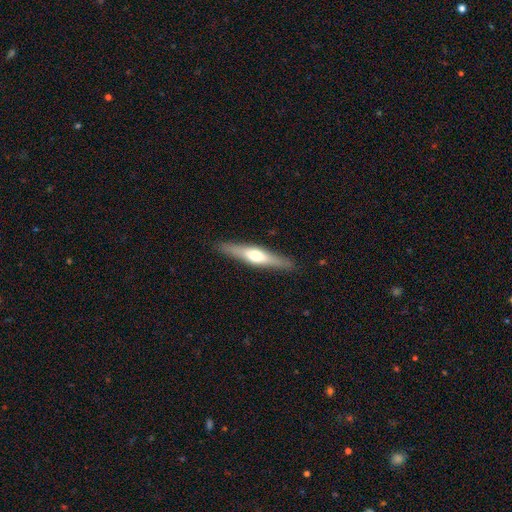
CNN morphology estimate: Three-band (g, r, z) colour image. It shows a featured or disk galaxy (57%) viewed edge-on (94%) with a rounded central bulge (90%). Merging: none (89%).